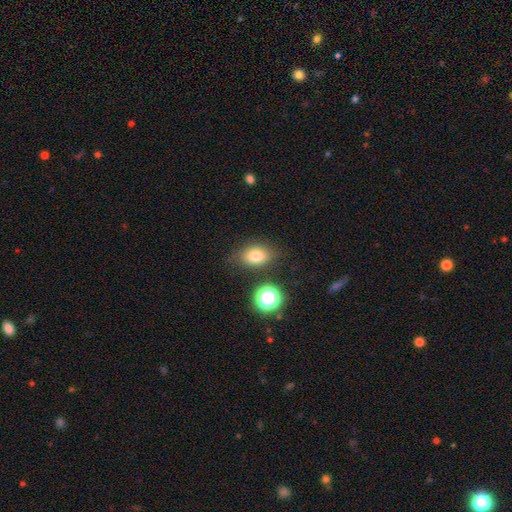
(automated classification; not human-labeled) smooth-or-featured: smooth: 76% | star or artifact: 13% | featured or disk: 11%
  how-rounded: in between: 73% | round: 25% | cigar-shaped: 2%
  merging: none: 77% | minor disturbance: 15% | merger: 4% | major disturbance: 4%